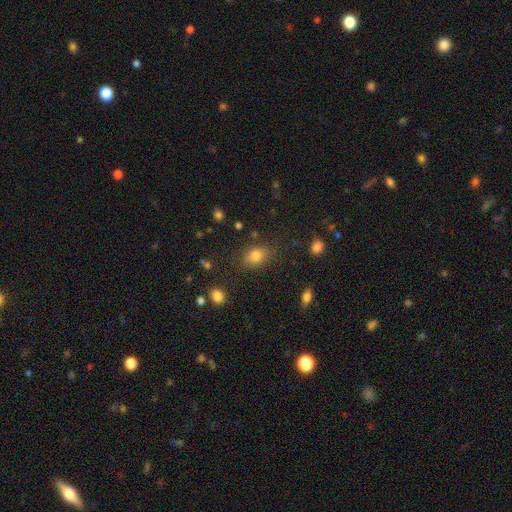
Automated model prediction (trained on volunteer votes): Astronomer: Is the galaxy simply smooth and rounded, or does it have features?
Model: smooth — 80%.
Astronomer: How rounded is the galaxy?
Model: in between — 68%.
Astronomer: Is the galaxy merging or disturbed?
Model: none — 78%.